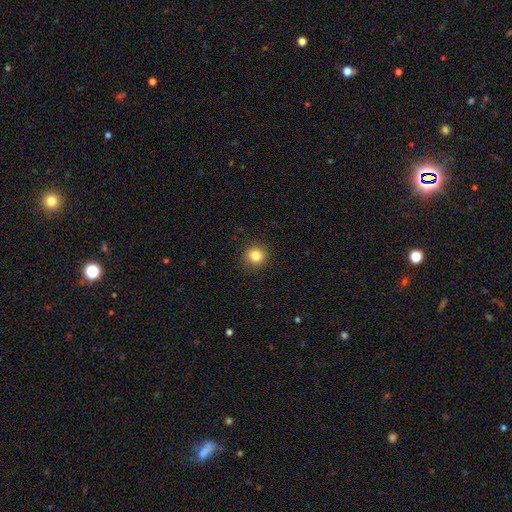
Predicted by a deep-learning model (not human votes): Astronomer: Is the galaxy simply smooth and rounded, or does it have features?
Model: smooth — 83%.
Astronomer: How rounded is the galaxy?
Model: round — 92%.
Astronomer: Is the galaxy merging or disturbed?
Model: none — 92%.